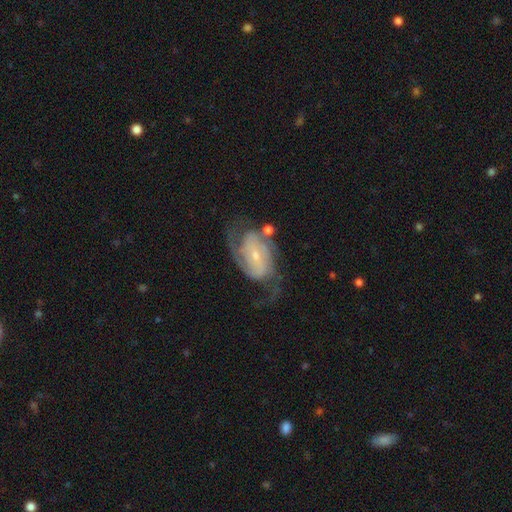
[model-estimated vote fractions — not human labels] smooth_or_featured: featured or disk (p=0.86) [alt: smooth p=0.08]
disk_edge_on: no (p=0.97) [alt: yes p=0.03]
bar: weak (p=0.44) [alt: no p=0.40]
has_spiral_arms: yes (p=0.95) [alt: no p=0.05]
spiral_winding: medium (p=0.47) [alt: tight p=0.34]
spiral_arm_count: 2 (p=0.65) [alt: can't tell p=0.14]
bulge_size: small (p=0.69) [alt: moderate p=0.26]
merging: none (p=0.55) [alt: major disturbance p=0.20]